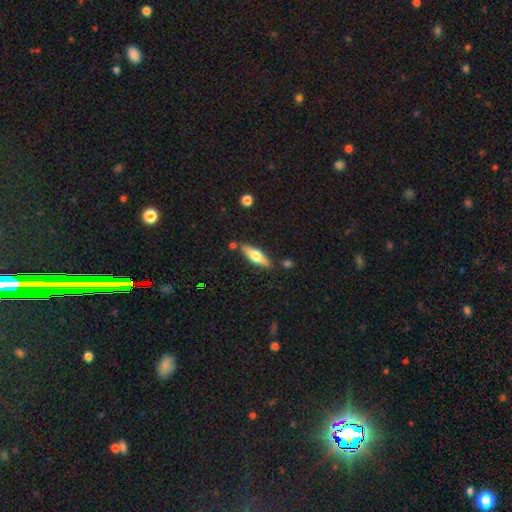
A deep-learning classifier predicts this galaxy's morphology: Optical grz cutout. It shows a smooth galaxy with no disk features (47%, tied with featured or disk). Merging: none (82%).